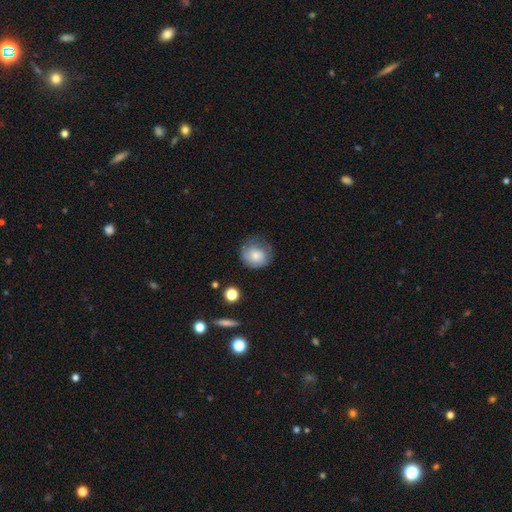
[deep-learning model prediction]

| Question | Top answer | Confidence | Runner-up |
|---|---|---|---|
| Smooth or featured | smooth | 70% | featured or disk (22%) |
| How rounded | round | 82% | in between (17%) |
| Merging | none | 62% | minor disturbance (25%) |